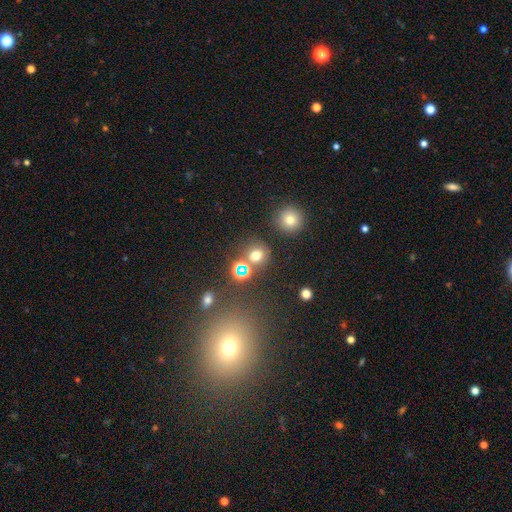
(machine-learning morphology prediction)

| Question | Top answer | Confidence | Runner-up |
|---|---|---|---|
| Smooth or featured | smooth | 65% | star or artifact (27%) |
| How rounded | round | 80% | in between (19%) |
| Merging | none | 71% | merger (14%) |